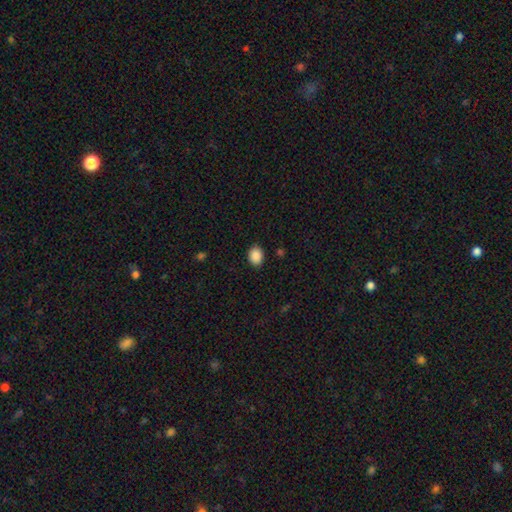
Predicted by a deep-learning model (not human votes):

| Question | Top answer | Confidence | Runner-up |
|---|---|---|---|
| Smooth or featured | smooth | 89% | star or artifact (8%) |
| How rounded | in between | 57% | round (42%) |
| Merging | none | 88% | minor disturbance (8%) |